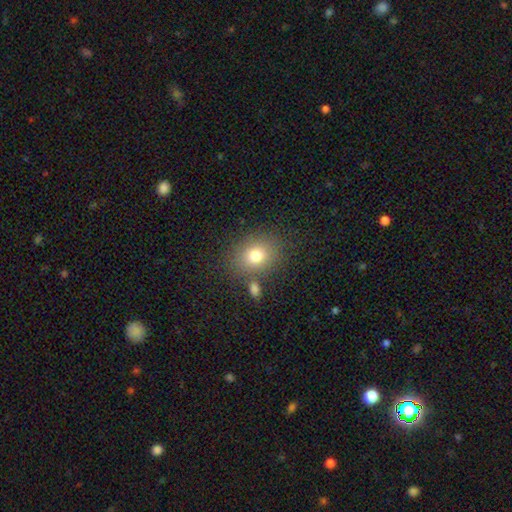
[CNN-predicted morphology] Smooth or featured? Predicted: smooth (p=0.77). How rounded? Predicted: round (p=0.56). Merging? Predicted: none (p=0.75).